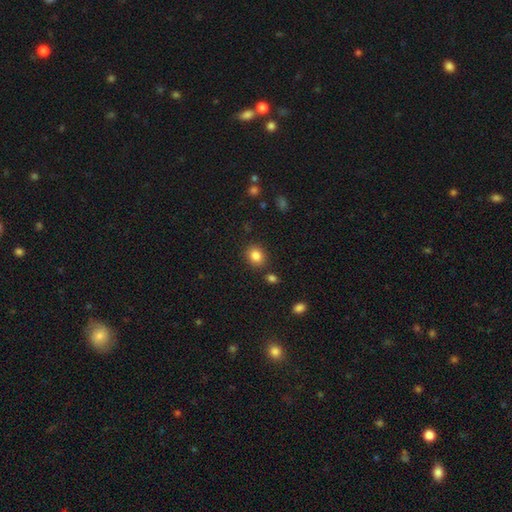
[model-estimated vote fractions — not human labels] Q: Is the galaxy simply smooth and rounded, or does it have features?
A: smooth — 85%.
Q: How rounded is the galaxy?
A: round — 68%.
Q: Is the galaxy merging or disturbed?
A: none — 84%.